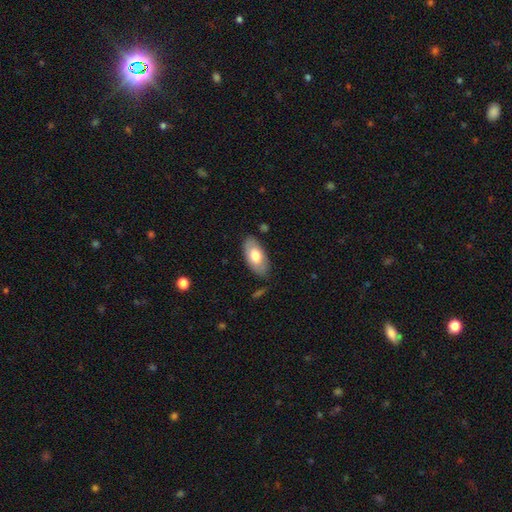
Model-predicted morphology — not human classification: The model was most divided on "smooth or featured": smooth: 67%, featured or disk: 27%, star or artifact: 6%. More confident: how rounded — in between (93%); merging — none (81%).